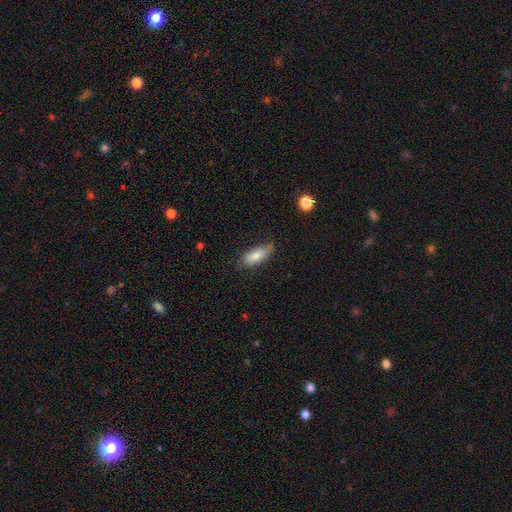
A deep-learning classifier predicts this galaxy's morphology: Q: Smooth or featured?
A: smooth (80%); runner-up: featured or disk (13%)
Q: How rounded?
A: in between (73%); runner-up: cigar-shaped (25%)
Q: Merging?
A: none (66%); runner-up: minor disturbance (27%)